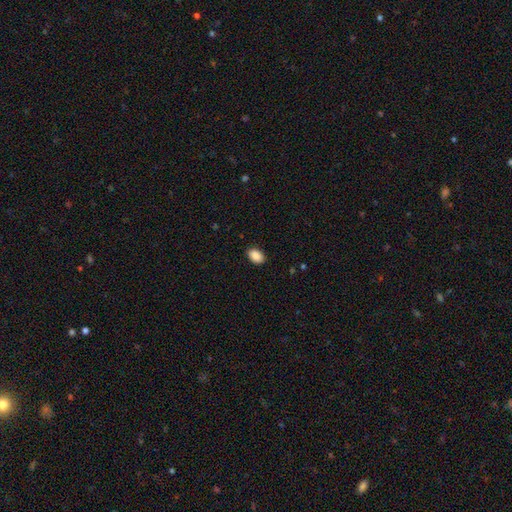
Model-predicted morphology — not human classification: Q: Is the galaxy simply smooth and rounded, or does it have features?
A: smooth — 90%.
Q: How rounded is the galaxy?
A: in between — 90%.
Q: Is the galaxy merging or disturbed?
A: none — 89%.